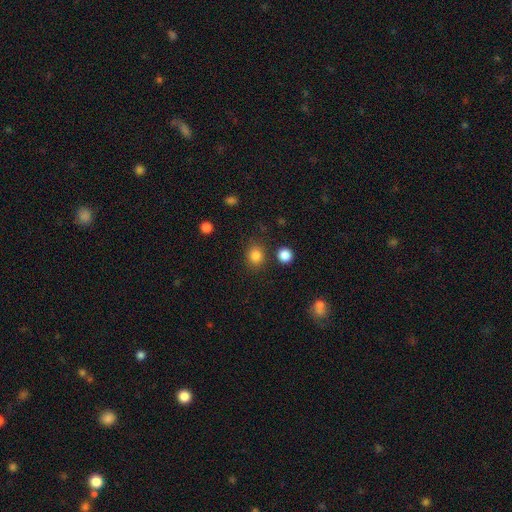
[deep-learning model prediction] smooth 84%, star or artifact 12%, featured or disk 4%. Down the decision tree: how rounded — round (74%); merging — none (81%).